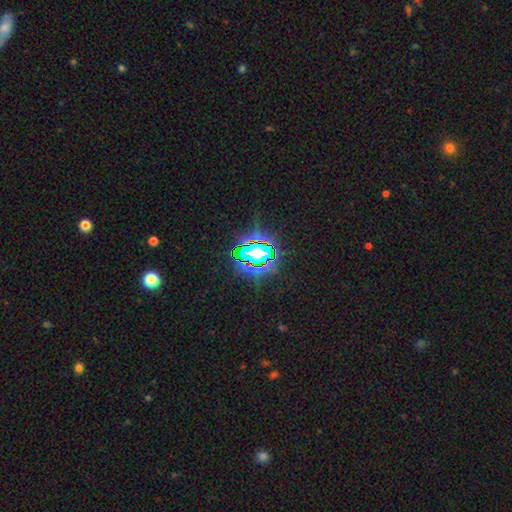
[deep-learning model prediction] This appears to be a star or artifact, not a galaxy (82%).